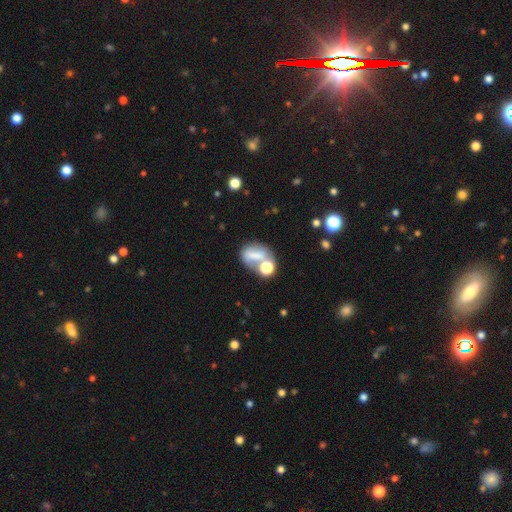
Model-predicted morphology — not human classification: Smooth or featured? Predicted: smooth (p=0.61). How rounded? Predicted: in between (p=0.65). Merging? Predicted: merger (p=0.38).